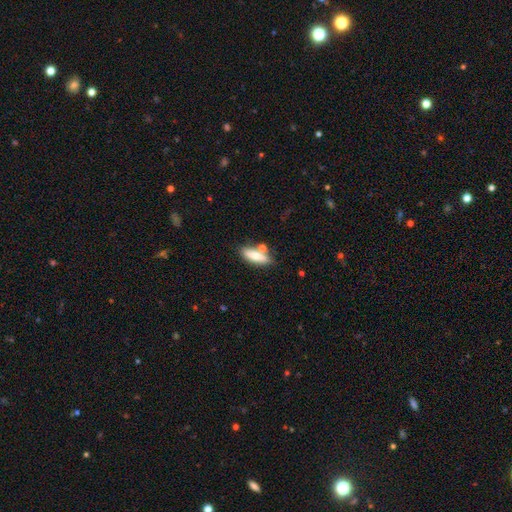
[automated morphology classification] A smooth galaxy with no disk features (74%) that is in between round and cigar-shaped (58%). Merging: none (68%).